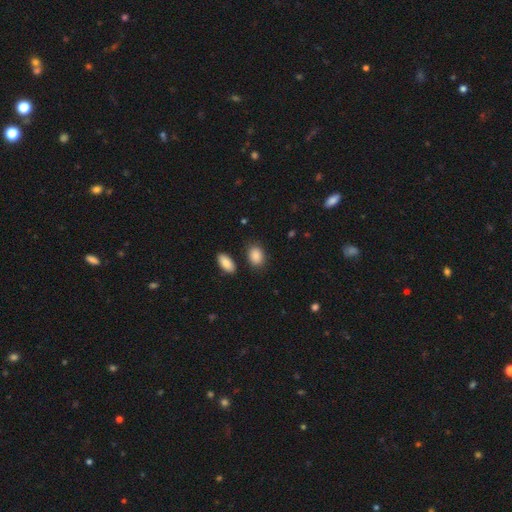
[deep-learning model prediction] Smooth or featured? Predicted: smooth (p=0.88). How rounded? Predicted: in between (p=0.76). Merging? Predicted: none (p=0.80).